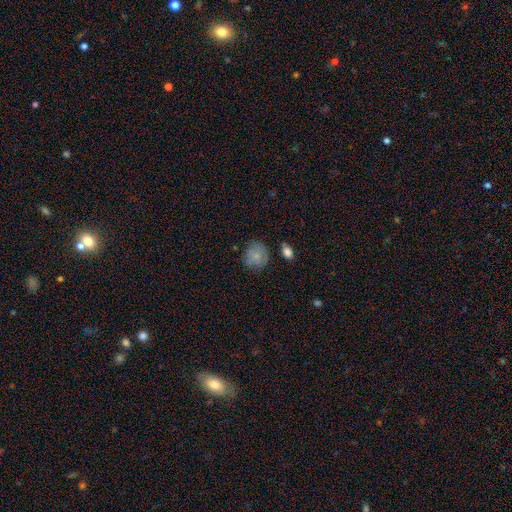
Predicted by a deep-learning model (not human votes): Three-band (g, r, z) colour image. It shows a smooth galaxy with no disk features (76%) that is round (80%). Merging: none (68%).